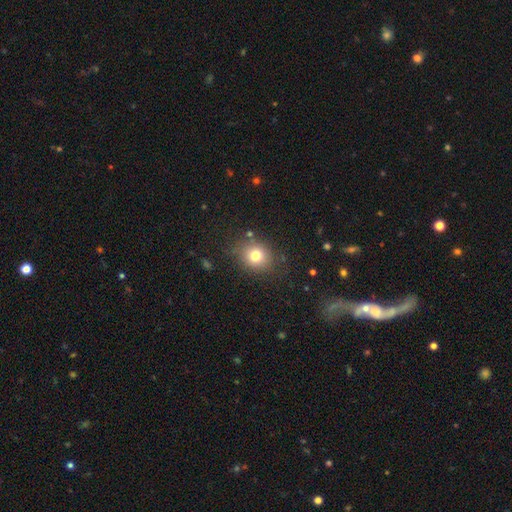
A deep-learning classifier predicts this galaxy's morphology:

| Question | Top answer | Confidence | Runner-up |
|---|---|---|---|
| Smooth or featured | smooth | 76% | star or artifact (14%) |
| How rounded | round | 72% | in between (28%) |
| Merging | none | 81% | minor disturbance (12%) |